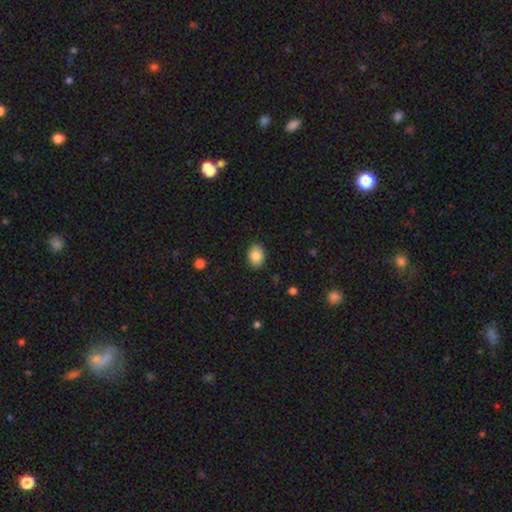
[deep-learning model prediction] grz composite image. It shows a smooth galaxy with no disk features (85%) that is in between round and cigar-shaped (74%). Merging: none (88%).